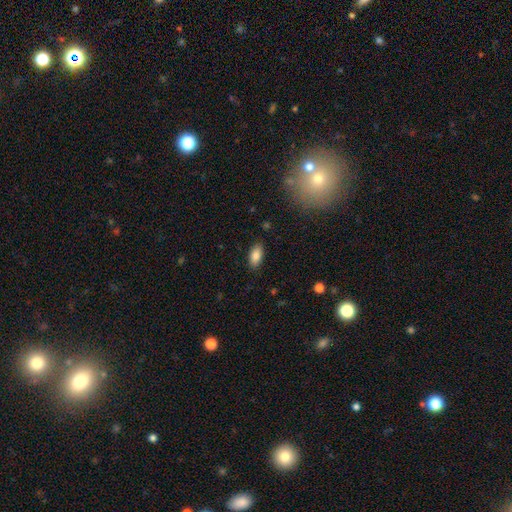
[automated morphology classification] A smooth galaxy with no disk features (85%) that is in between round and cigar-shaped (90%). Merging: none (86%).